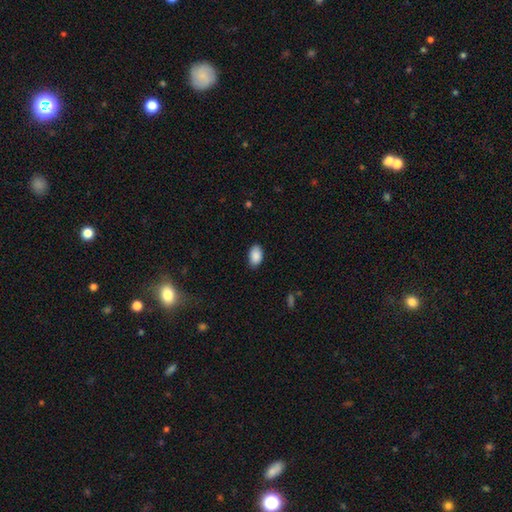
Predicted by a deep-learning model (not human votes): This appears to be a smooth galaxy with no disk features (90%) that is in between round and cigar-shaped (92%). Merging: none (84%).